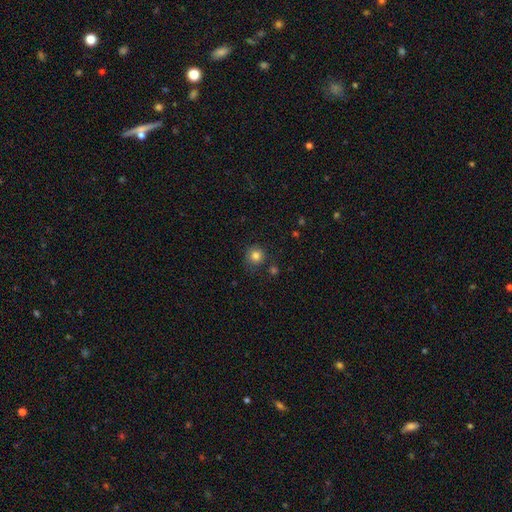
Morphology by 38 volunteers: A smooth galaxy with no disk features (92%) that is round (86%).

Vote fractions:
- Smooth or featured? smooth: 92% / star or artifact: 5% / featured or disk: 3%
- How rounded? round: 86% / in between: 14% / cigar-shaped: 0%
- Merging? none: 86% / minor disturbance: 6% / major disturbance: 6% / merger: 3%